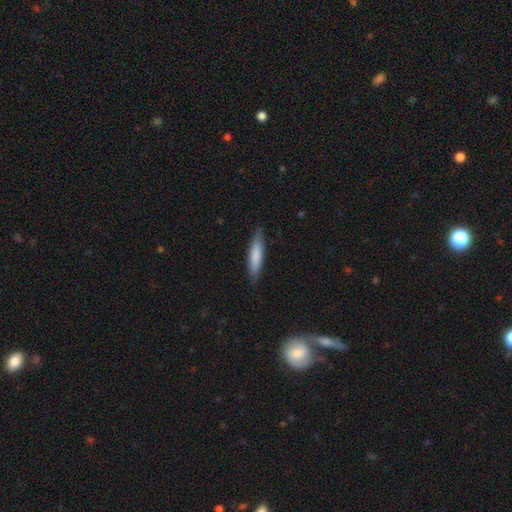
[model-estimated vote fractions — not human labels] smooth_or_featured: smooth (p=0.78) [alt: featured or disk p=0.17]
how_rounded: cigar-shaped (p=0.81) [alt: in between p=0.18]
merging: none (p=0.84) [alt: minor disturbance p=0.13]